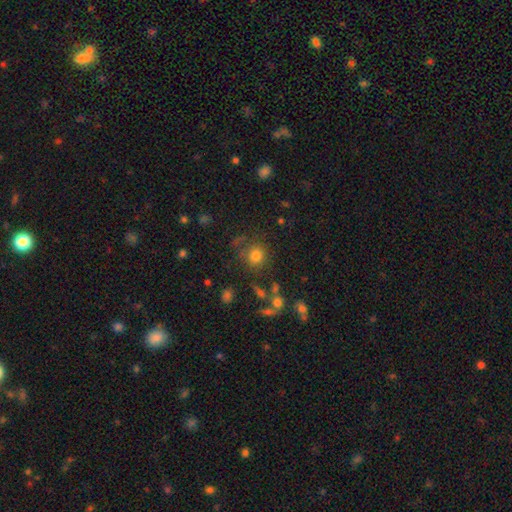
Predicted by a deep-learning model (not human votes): smooth_or_featured: smooth (p=0.77) [alt: star or artifact p=0.14]
how_rounded: round (p=0.88) [alt: in between p=0.11]
merging: none (p=0.69) [alt: minor disturbance p=0.15]